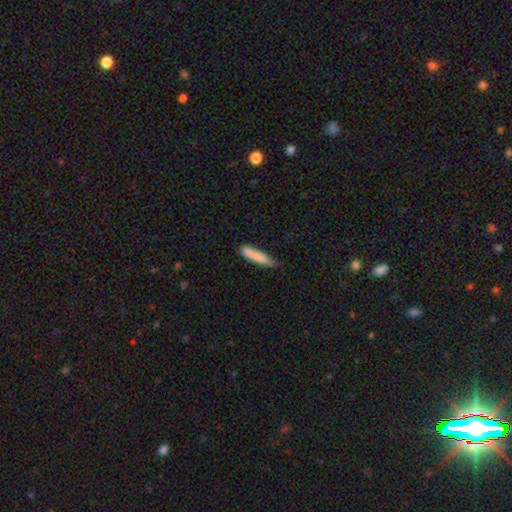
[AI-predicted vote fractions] A smooth galaxy with no disk features (83%) that is cigar-shaped (87%). Merging: none (59%).